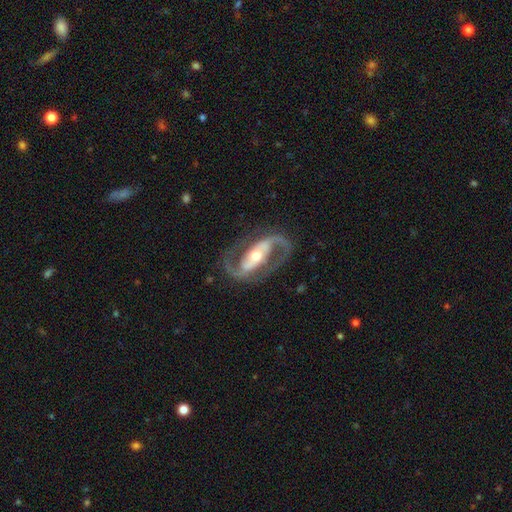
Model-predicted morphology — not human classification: type=featured or disk (92%); edge-on=no (96%); bar=strong (51%); spiral arms=yes (97%); winding=medium (58%); arm count=2 (94%); bulge=moderate (62%); merging=none (83%).